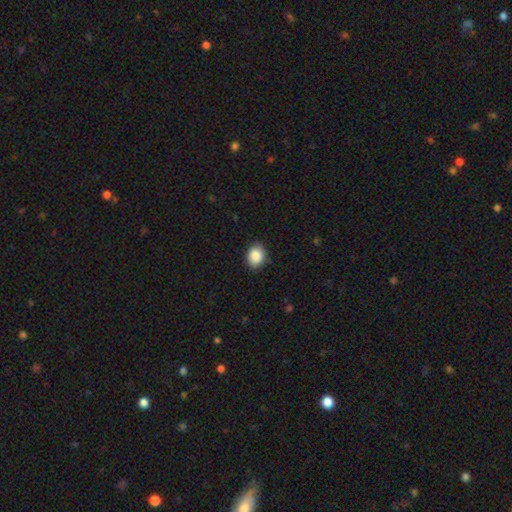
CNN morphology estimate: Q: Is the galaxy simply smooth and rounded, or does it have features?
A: smooth — 88%.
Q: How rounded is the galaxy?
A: in between — 65%.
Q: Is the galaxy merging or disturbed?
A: none — 83%.